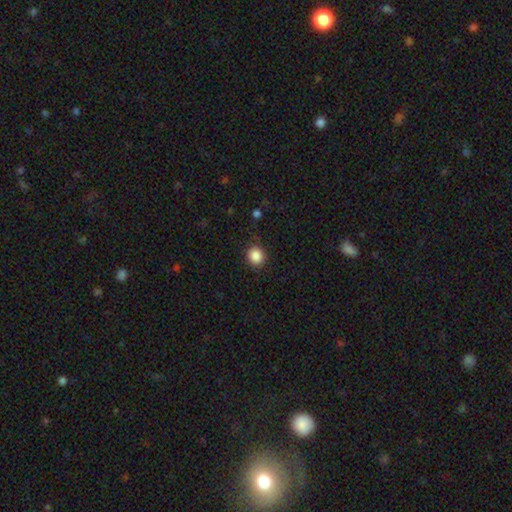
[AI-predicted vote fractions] Overall: smooth (87%). How rounded: round (83%). Merging: none (88%).